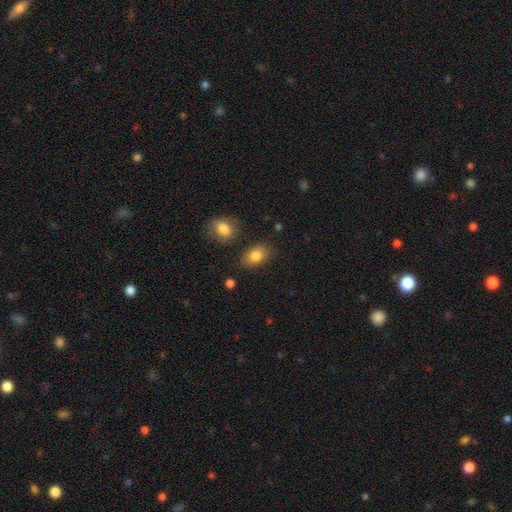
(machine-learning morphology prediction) smooth-or-featured: smooth: 83% | featured or disk: 9% | star or artifact: 8%
  how-rounded: in between: 86% | round: 13% | cigar-shaped: 2%
  merging: none: 79% | minor disturbance: 13% | merger: 5% | major disturbance: 3%